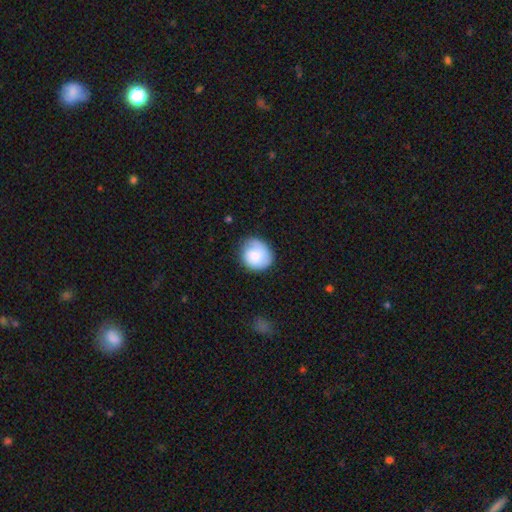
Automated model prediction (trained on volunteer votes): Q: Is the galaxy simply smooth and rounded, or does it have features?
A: smooth — 68%.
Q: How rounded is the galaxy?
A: round — 78%.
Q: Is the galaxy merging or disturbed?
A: none — 65%.